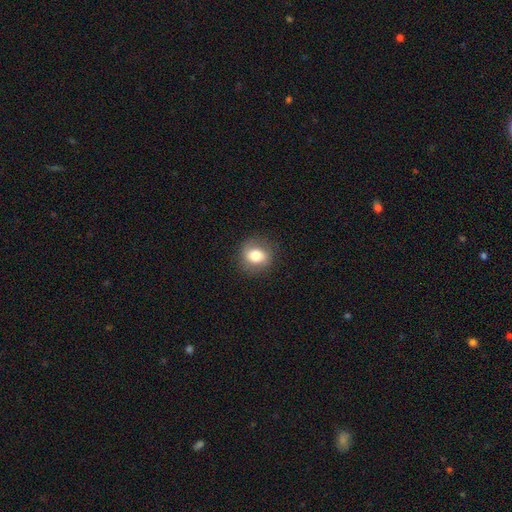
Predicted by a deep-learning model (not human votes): A smooth galaxy with no disk features (75%) that is round (73%).

Vote fractions:
- Smooth or featured? smooth: 75% / featured or disk: 15% / star or artifact: 9%
- How rounded? round: 73% / in between: 26% / cigar-shaped: 1%
- Merging? none: 83% / minor disturbance: 12% / major disturbance: 4% / merger: 1%